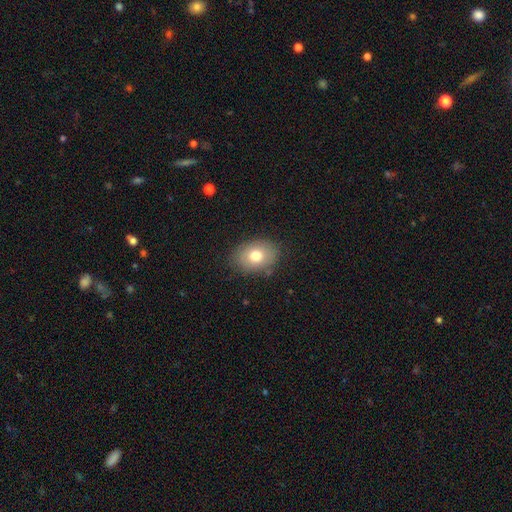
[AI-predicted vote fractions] Smooth or featured?
  - smooth: 76% *
  - featured or disk: 16%
  - star or artifact: 9%
How rounded?
  - in between: 71% *
  - round: 28%
  - cigar-shaped: 1%
Merging?
  - none: 82% *
  - minor disturbance: 13%
  - major disturbance: 3%
  - merger: 1%